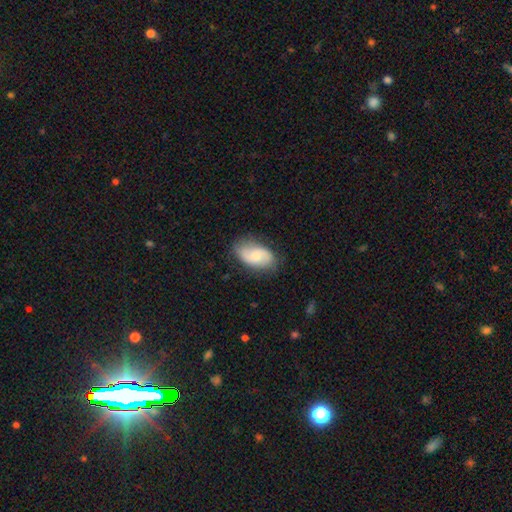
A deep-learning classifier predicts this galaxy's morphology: This appears to be a featured or disk galaxy (48%). Merging: none (76%).